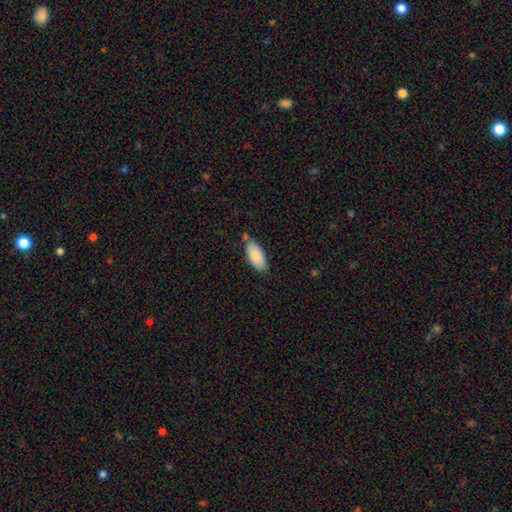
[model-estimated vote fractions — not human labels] The model was most divided on "merging": none: 71%, minor disturbance: 19%, merger: 7%, major disturbance: 3%. More confident: how rounded — in between (89%); smooth or featured — smooth (87%).